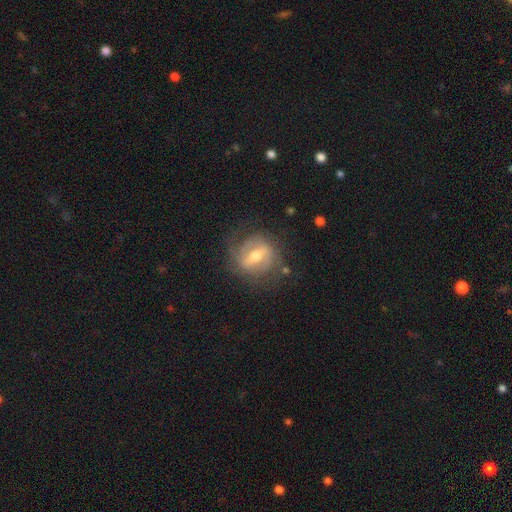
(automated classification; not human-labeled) Morphology: type=featured or disk (77%); edge-on=no (94%); bar=strong (51%); spiral arms=yes (81%); winding=medium (42%); arm count=2 (64%); bulge=moderate (70%); merging=none (69%).